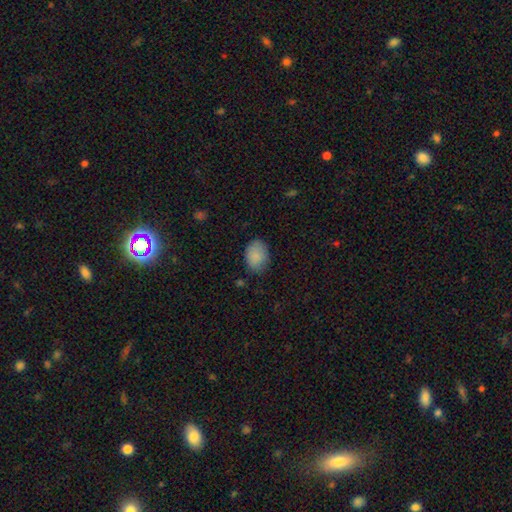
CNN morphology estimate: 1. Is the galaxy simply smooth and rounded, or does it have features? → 87% smooth, 7% star or artifact, 5% featured or disk.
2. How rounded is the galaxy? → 74% in between, 25% round, 1% cigar-shaped.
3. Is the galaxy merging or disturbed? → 77% none, 18% minor disturbance, 4% major disturbance, 1% merger.